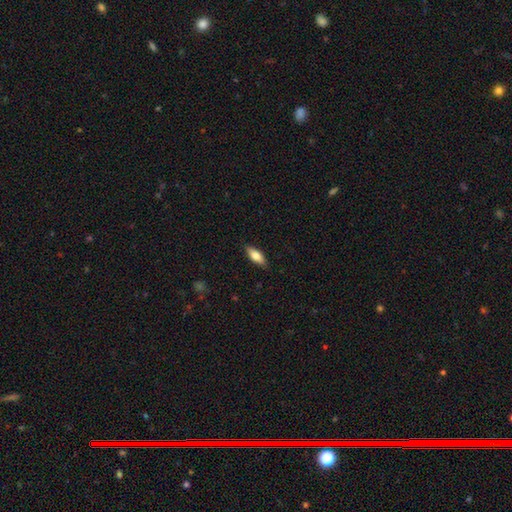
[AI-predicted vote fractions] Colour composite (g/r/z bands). It shows a smooth galaxy with no disk features (77%) that is in between round and cigar-shaped (73%). Merging: none (87%).